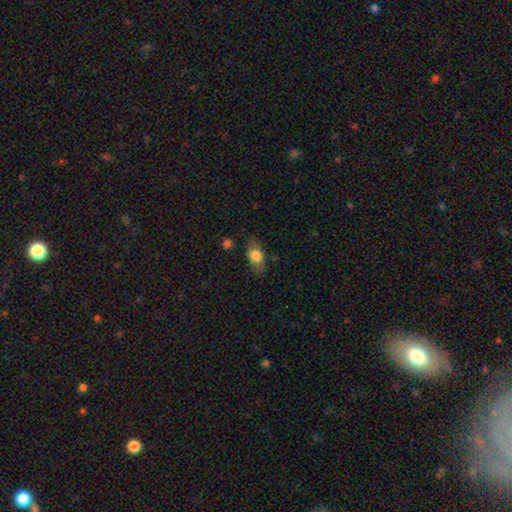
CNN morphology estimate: This appears to be a smooth galaxy with no disk features (76%) that is in between round and cigar-shaped (81%). Merging: none (72%).